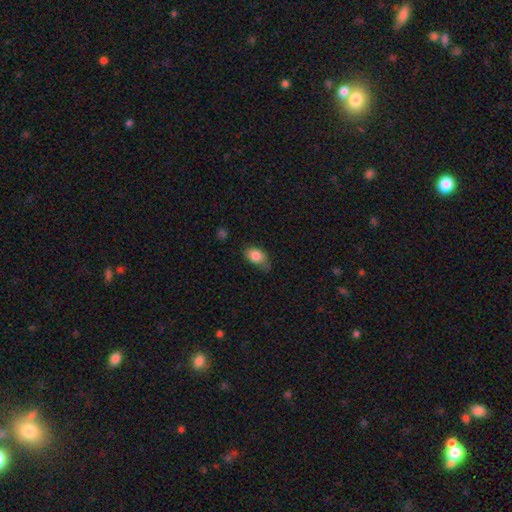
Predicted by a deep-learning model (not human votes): Smooth or featured?
  - smooth: 83% *
  - featured or disk: 9%
  - star or artifact: 8%
How rounded?
  - in between: 81% *
  - round: 17%
  - cigar-shaped: 2%
Merging?
  - none: 46% *
  - minor disturbance: 40%
  - major disturbance: 12%
  - merger: 2%